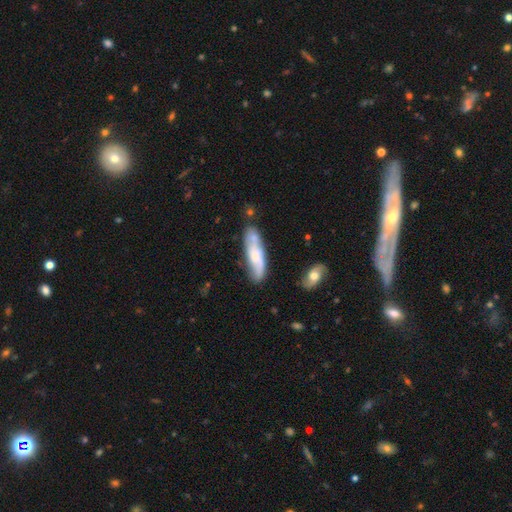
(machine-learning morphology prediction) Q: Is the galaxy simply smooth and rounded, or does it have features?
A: featured or disk — 47%.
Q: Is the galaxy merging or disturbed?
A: none — 64%.